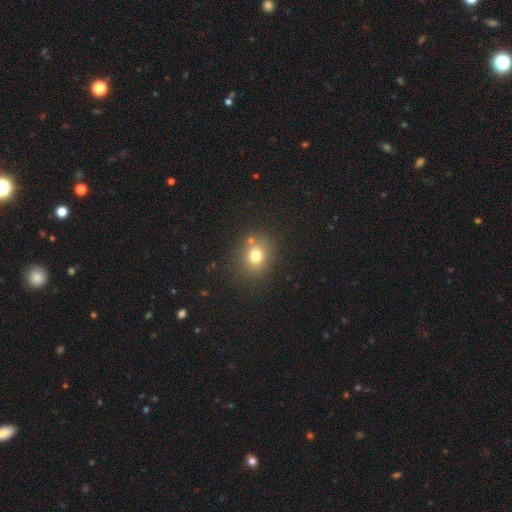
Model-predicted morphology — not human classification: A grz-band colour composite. It shows a smooth galaxy with no disk features (75%) that is round (67%). Merging: none (75%).